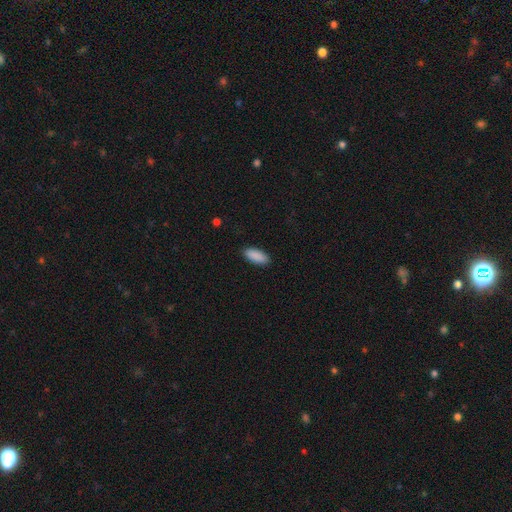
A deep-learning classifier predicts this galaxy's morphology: Smooth or featured: smooth — 91% (star or artifact — 6%)
How rounded: in between — 87% (cigar-shaped — 11%)
Merging: none — 89% (minor disturbance — 8%)